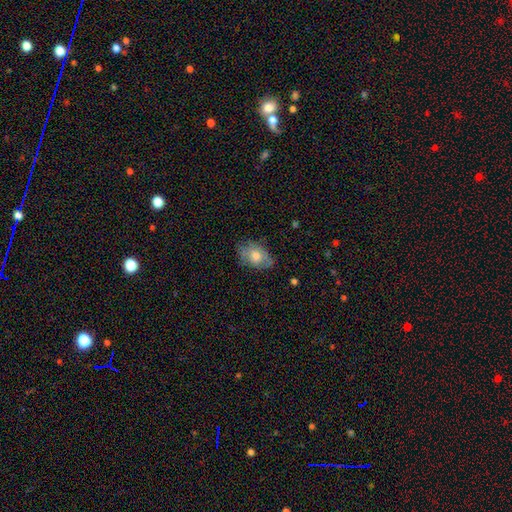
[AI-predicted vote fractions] This appears to be a smooth galaxy with no disk features (61%) that is in between round and cigar-shaped (82%). Merging: none (68%).